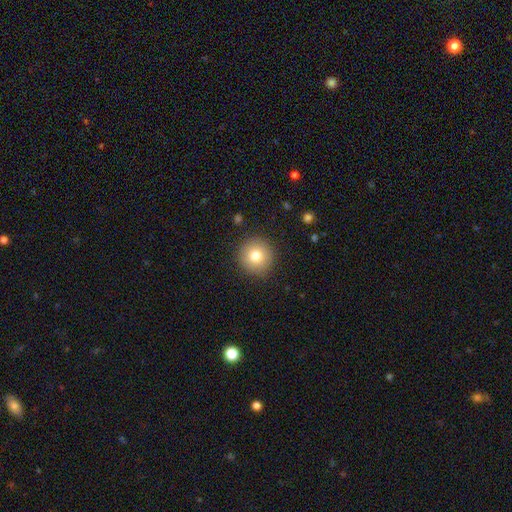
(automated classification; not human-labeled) This appears to be a smooth galaxy with no disk features (78%) that is round (95%). Merging: none (91%).